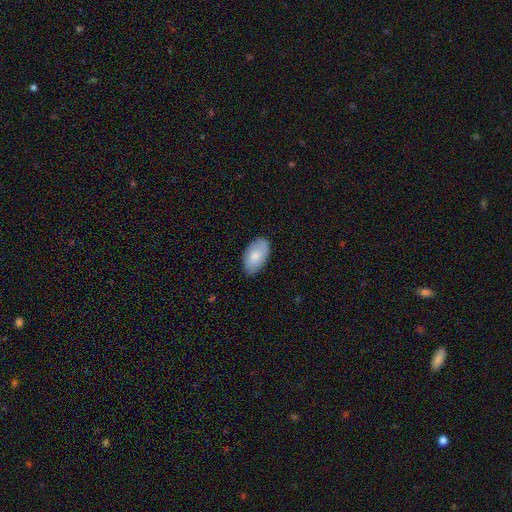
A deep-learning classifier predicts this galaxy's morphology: This is likely a smooth galaxy (80%). How rounded: clearly in between (95%). Merging: clearly none (83%).